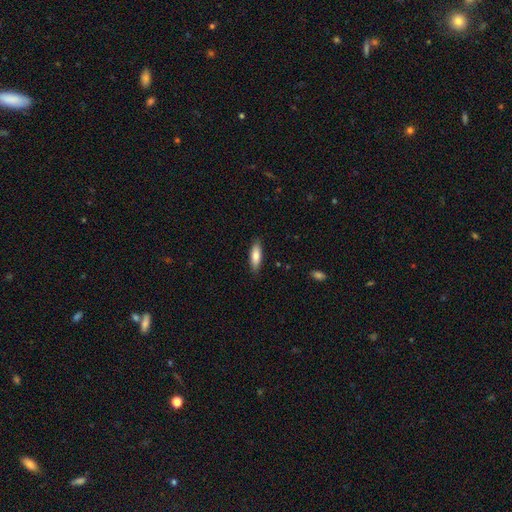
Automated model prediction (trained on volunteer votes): smooth-or-featured: smooth: 79% | featured or disk: 15% | star or artifact: 6%
  how-rounded: cigar-shaped: 50% | in between: 49% | round: 2%
  merging: none: 87% | minor disturbance: 10% | major disturbance: 2% | merger: 1%